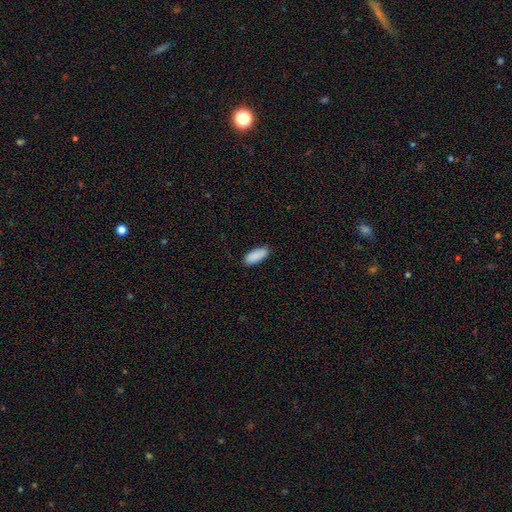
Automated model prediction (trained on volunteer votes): Overall: smooth (90%). How rounded: in between (86%). Merging: none (84%).